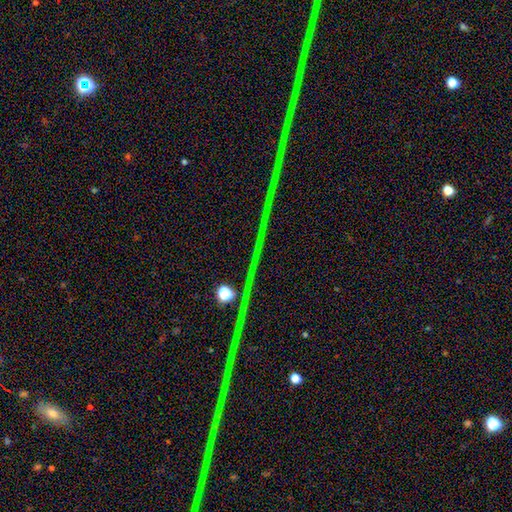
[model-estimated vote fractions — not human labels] Q: Smooth or featured?
A: star or artifact (88%); runner-up: featured or disk (7%)